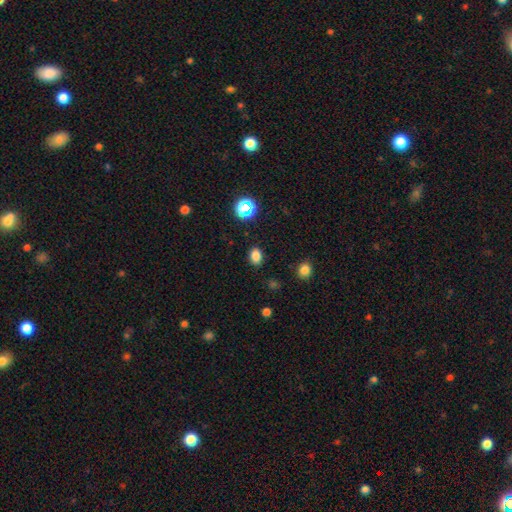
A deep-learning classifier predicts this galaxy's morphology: This appears to be a smooth galaxy with no disk features (81%) that is in between round and cigar-shaped (71%). Merging: none (87%).